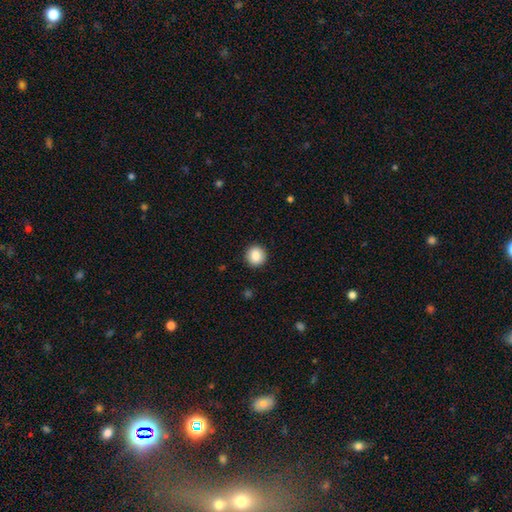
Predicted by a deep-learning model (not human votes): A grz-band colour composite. It shows a smooth galaxy with no disk features (87%) that is round (92%). Merging: none (92%).